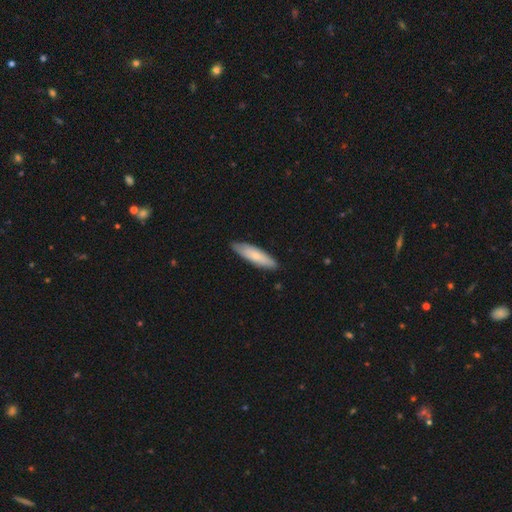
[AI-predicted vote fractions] smooth_or_featured: smooth (p=0.71) [alt: featured or disk p=0.24]
how_rounded: cigar-shaped (p=0.65) [alt: in between p=0.33]
merging: none (p=0.85) [alt: minor disturbance p=0.13]